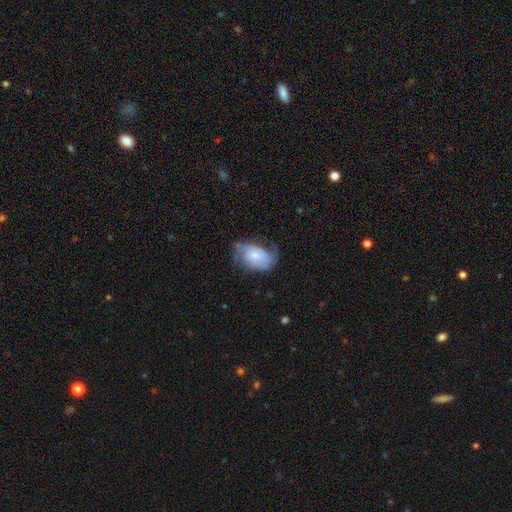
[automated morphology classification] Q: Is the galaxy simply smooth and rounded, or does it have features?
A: featured or disk — 55%.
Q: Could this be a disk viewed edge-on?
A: no — 96%.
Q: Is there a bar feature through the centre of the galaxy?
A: no — 69%.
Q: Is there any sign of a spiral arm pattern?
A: yes — 84%.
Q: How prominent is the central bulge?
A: small — 46%.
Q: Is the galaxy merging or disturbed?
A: none — 47%.